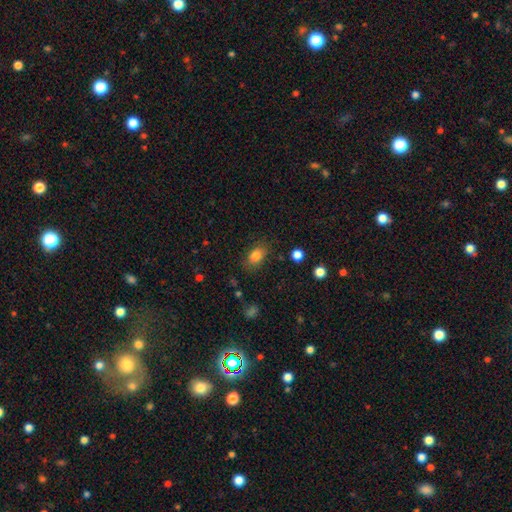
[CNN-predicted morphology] This appears to be a smooth galaxy with no disk features (82%) that is in between round and cigar-shaped (80%). Merging: none (81%).